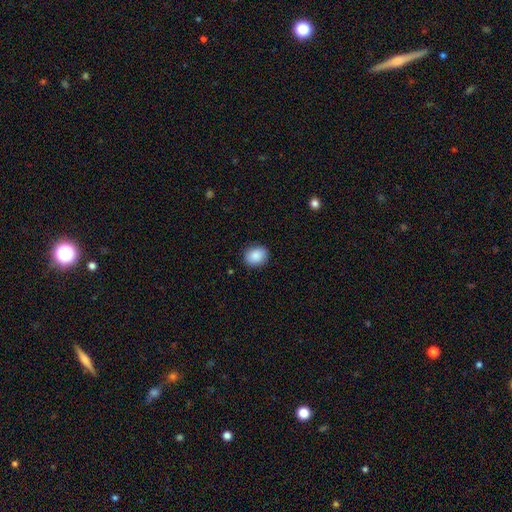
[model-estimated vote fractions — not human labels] smooth 88%, star or artifact 8%, featured or disk 4%. Down the decision tree: how rounded — round (57%); merging — none (88%).